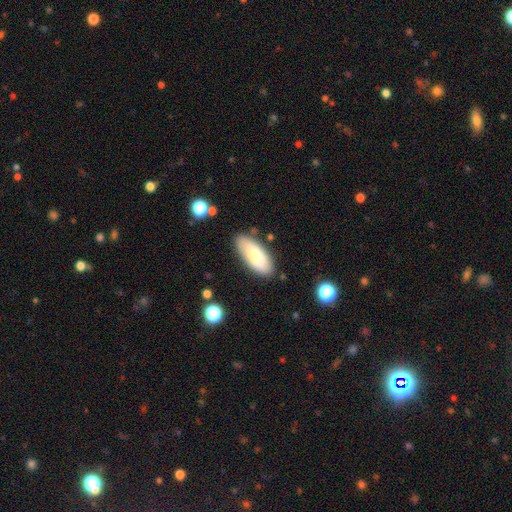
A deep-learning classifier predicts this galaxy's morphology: smooth 80%, featured or disk 14%, star or artifact 6%. Down the decision tree: how rounded — in between (82%); merging — none (81%).